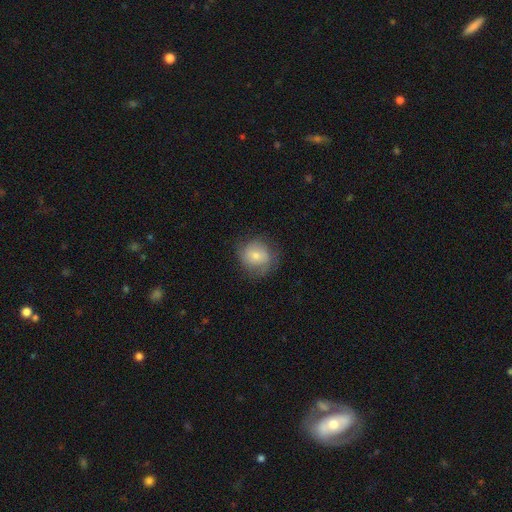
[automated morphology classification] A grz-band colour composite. It shows a smooth galaxy with no disk features (70%) that is round (85%). Merging: none (71%).